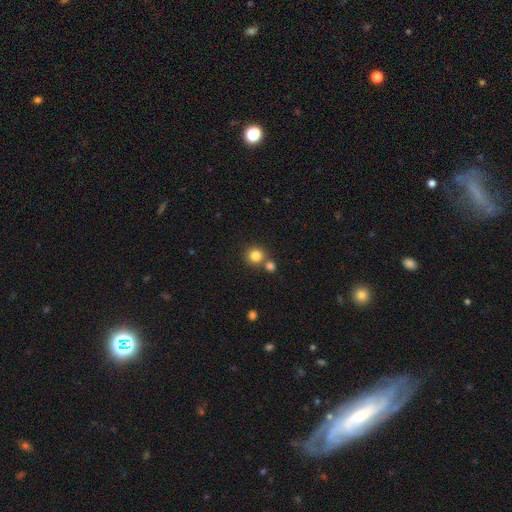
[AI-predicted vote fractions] Morphology: type=smooth (83%); roundness=round (92%); merging=none (66%).